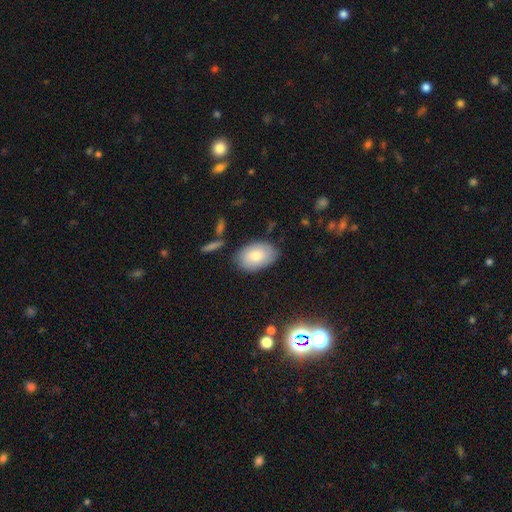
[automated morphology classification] A smooth galaxy with no disk features (76%) that is in between round and cigar-shaped (89%). Merging: none (77%).